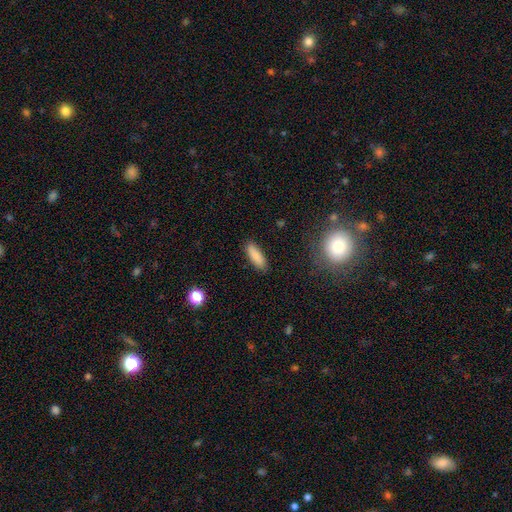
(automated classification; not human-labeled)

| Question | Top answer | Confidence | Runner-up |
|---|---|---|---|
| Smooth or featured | smooth | 85% | featured or disk (7%) |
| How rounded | in between | 58% | cigar-shaped (40%) |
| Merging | none | 88% | minor disturbance (9%) |